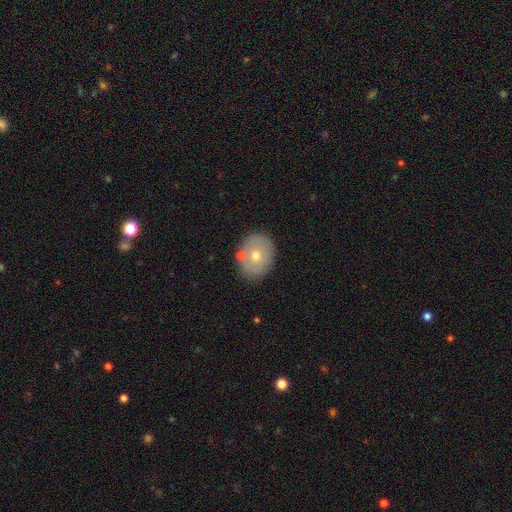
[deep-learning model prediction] Smooth or featured?
  - smooth: 63% *
  - featured or disk: 28%
  - star or artifact: 9%
How rounded?
  - in between: 54% *
  - round: 45%
  - cigar-shaped: 1%
Merging?
  - none: 77% *
  - minor disturbance: 12%
  - merger: 8%
  - major disturbance: 3%